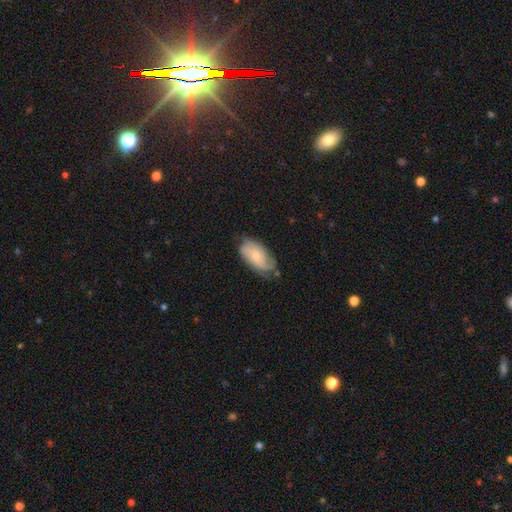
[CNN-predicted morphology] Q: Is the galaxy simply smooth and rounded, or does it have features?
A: smooth — 48%.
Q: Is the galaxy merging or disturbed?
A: none — 59%.